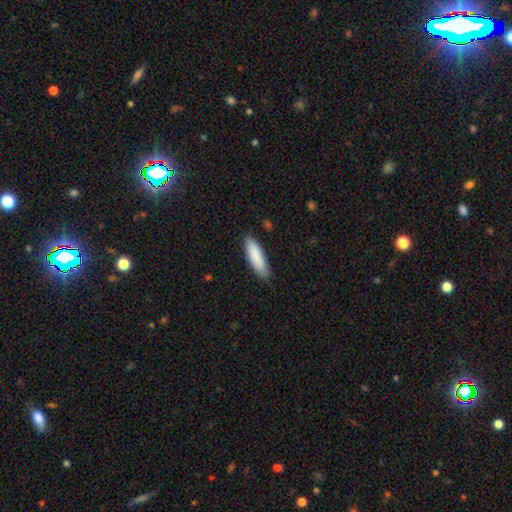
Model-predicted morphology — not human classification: smooth 87%, featured or disk 8%, star or artifact 5%. Down the decision tree: how rounded — cigar-shaped (58%); merging — none (86%).